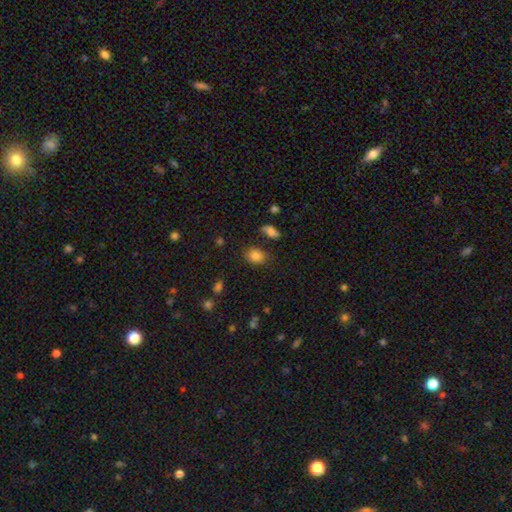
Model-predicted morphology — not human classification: A smooth galaxy with no disk features (84%) that is in between round and cigar-shaped (62%).

Vote fractions:
- Smooth or featured? smooth: 84% / star or artifact: 10% / featured or disk: 6%
- How rounded? in between: 62% / round: 37% / cigar-shaped: 1%
- Merging? none: 73% / minor disturbance: 18% / major disturbance: 5% / merger: 4%